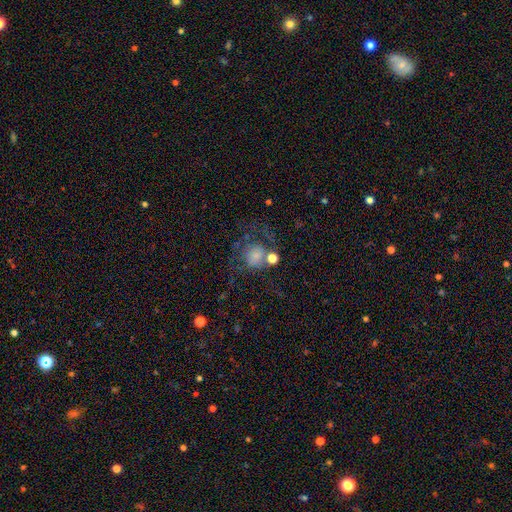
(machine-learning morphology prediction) Q: Smooth or featured?
A: smooth (56%); runner-up: featured or disk (30%)
Q: How rounded?
A: round (81%); runner-up: in between (18%)
Q: Merging?
A: none (41%); runner-up: major disturbance (25%)